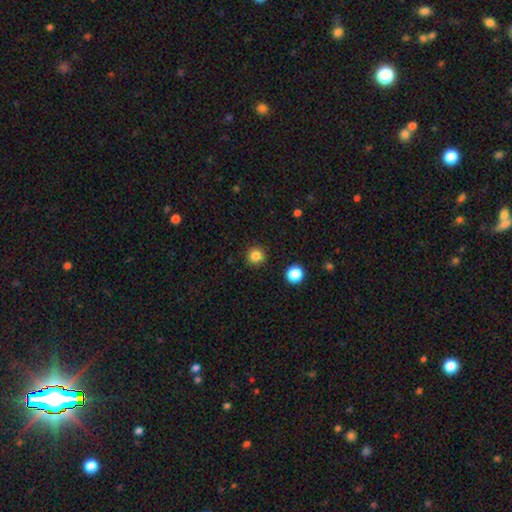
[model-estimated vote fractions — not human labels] This appears to be a smooth galaxy with no disk features (84%) that is round (95%). Merging: none (91%).